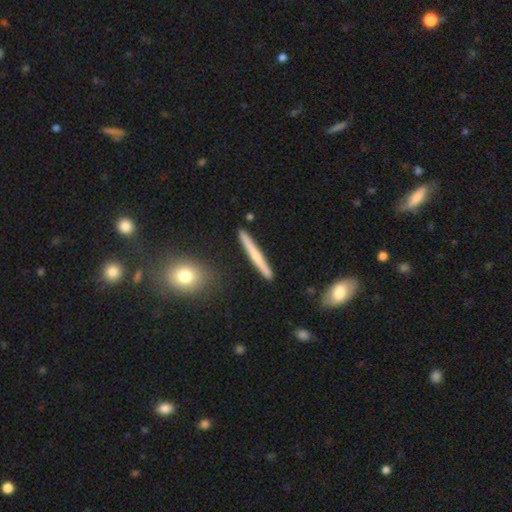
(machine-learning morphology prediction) featured or disk 48%, smooth 46%, star or artifact 6%. Down the decision tree: merging — none (91%).